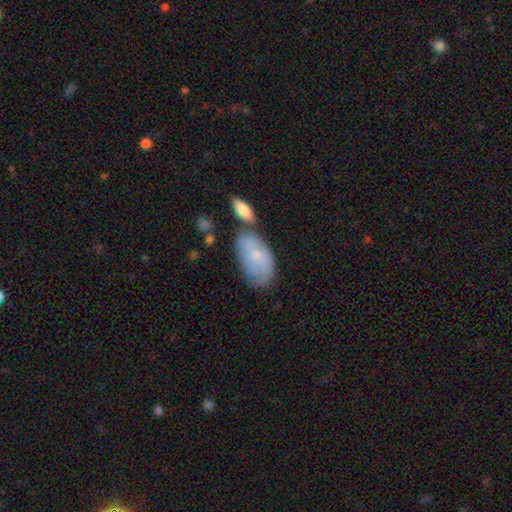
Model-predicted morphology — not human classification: Smooth or featured? Predicted: smooth (p=0.62). How rounded? Predicted: in between (p=0.93). Merging? Predicted: none (p=0.44).